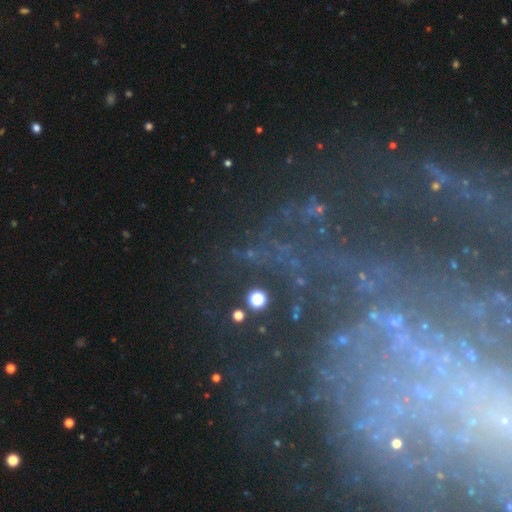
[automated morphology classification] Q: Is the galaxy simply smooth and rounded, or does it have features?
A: featured or disk — 64%.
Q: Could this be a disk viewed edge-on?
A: no — 92%.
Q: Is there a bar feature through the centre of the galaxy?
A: no — 63%.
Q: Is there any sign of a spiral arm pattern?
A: yes — 72%.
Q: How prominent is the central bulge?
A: small — 48%.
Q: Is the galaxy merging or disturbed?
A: none — 58%.